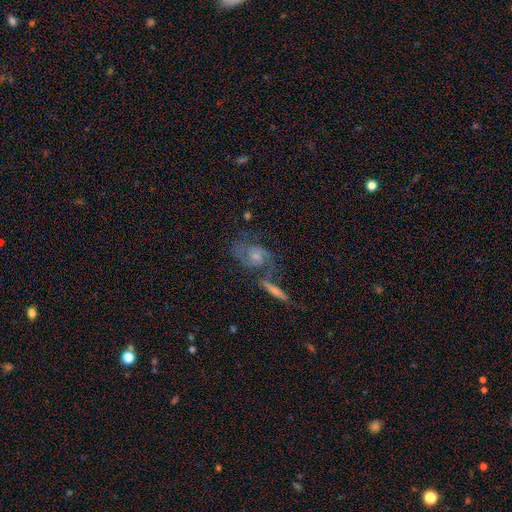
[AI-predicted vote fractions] A featured or disk galaxy (76%) with no bar (64%), 2 (76%) medium (49%) spiral arms (90%) and a moderate central bulge (44%, tied with small).

Vote fractions:
- Smooth or featured? featured or disk: 76% / smooth: 13% / star or artifact: 11%
- Edge-on disk? no: 93% / yes: 7%
- Bar? no: 64% / weak: 30% / strong: 6%
- Spiral arms? yes: 90% / no: 10%
- Spiral winding? medium: 49% / tight: 36% / loose: 16%
- Spiral arm count? 2: 76% / can't tell: 13% / 3: 4% / 1: 4% / 4: 2% / more than 4: 2%
- Bulge size? moderate: 44% (tied) / small: 44% (tied) / none: 6% / large: 5% / dominant: 2%
- Merging? none: 54% / merger: 21% / minor disturbance: 15% / major disturbance: 10%